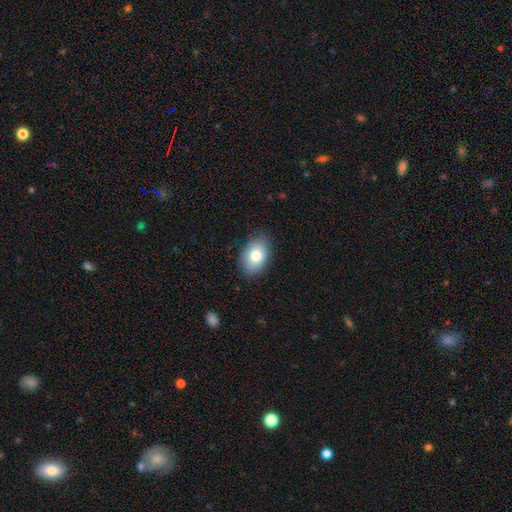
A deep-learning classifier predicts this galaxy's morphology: The model was most divided on "smooth or featured": smooth: 79%, featured or disk: 13%, star or artifact: 8%. More confident: how rounded — in between (86%); merging — none (84%).